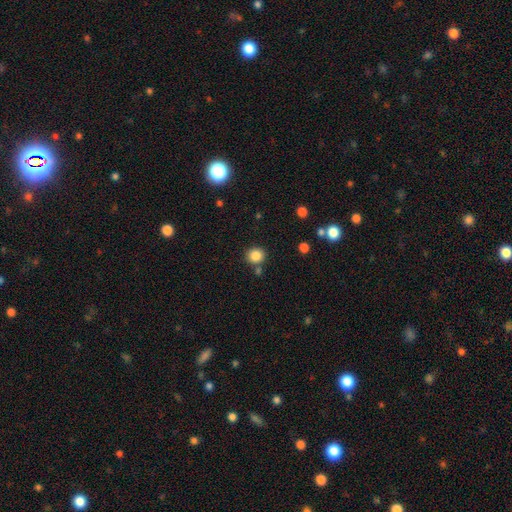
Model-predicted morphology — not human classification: This is clearly a smooth galaxy (85%). How rounded: clearly round (84%). Merging: likely none (79%).